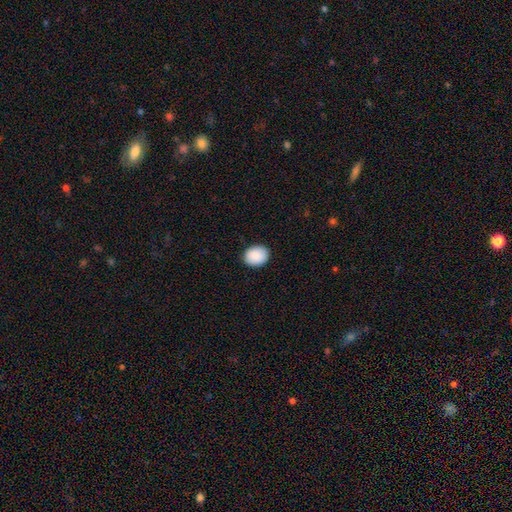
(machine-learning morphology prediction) A smooth galaxy with no disk features (90%) that is round (53%).

Vote fractions:
- Smooth or featured? smooth: 90% / star or artifact: 7% / featured or disk: 4%
- How rounded? round: 53% / in between: 46% / cigar-shaped: 1%
- Merging? none: 89% / minor disturbance: 8% / major disturbance: 2% / merger: 1%